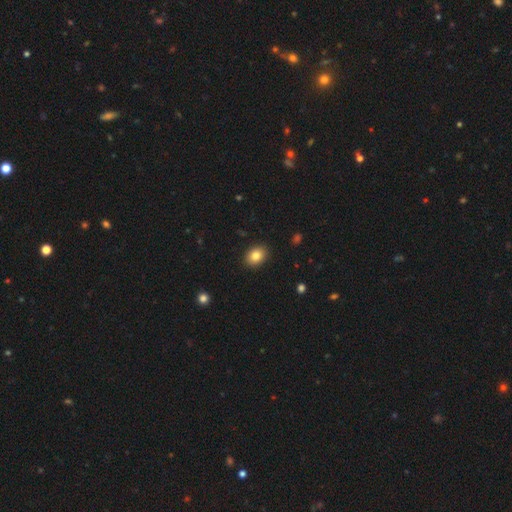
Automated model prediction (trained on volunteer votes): This is clearly a smooth galaxy (84%). How rounded: likely in between (62%). Merging: clearly none (90%).